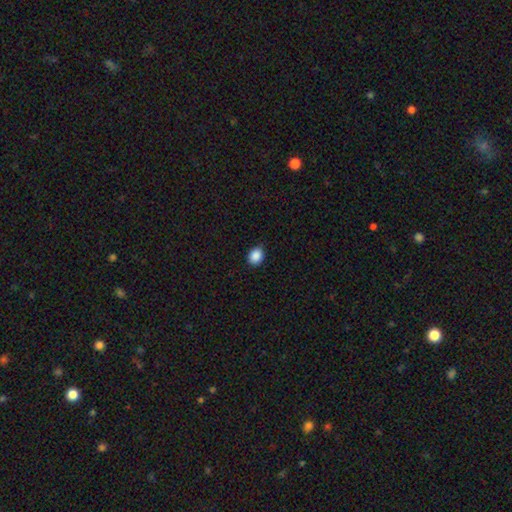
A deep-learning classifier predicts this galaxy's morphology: A smooth galaxy with no disk features (88%) that is in between round and cigar-shaped (50%).

Vote fractions:
- Smooth or featured? smooth: 88% / star or artifact: 9% / featured or disk: 3%
- How rounded? in between: 50% / round: 49% / cigar-shaped: 1%
- Merging? none: 86% / minor disturbance: 11% / major disturbance: 2% / merger: 1%